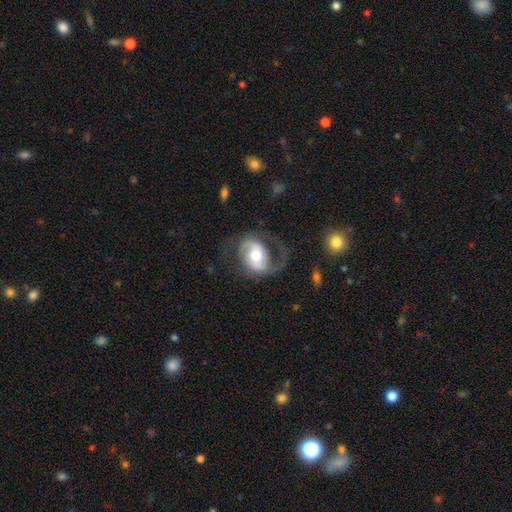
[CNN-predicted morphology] Smooth or featured? Predicted: featured or disk (p=0.74). Edge-on disk? Predicted: no (p=0.96). Bar? Predicted: weak (p=0.36, tied with no). Spiral arms? Predicted: yes (p=0.81). Spiral winding? Predicted: medium (p=0.43). Spiral arm count? Predicted: 2 (p=0.74). Bulge size? Predicted: moderate (p=0.71). Merging? Predicted: none (p=0.55).